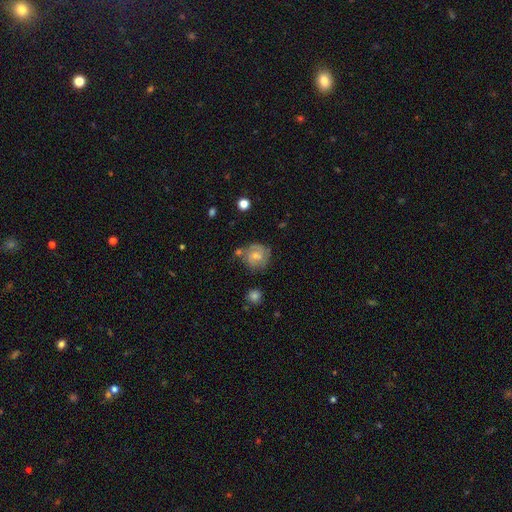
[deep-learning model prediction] Morphology: type=featured or disk (55%); edge-on=no (97%); bar=no (51%); spiral arms=yes (84%); bulge=small (48%); merging=none (61%).